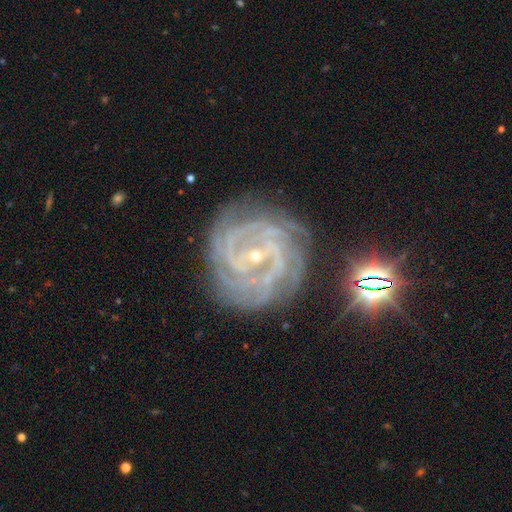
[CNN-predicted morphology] smooth-or-featured: featured or disk: 89% | star or artifact: 7% | smooth: 4%
  disk-edge-on: no: 98% | yes: 2%
    bar: weak: 39% | no: 33% | strong: 28%
    has-spiral-arms: yes: 98% | no: 2%
      spiral-winding: tight: 76% | medium: 21% | loose: 3%
      spiral-arm-count: 4: 25% | 3: 21% | can't tell: 18% | 2: 16% | more than 4: 13% | 1: 8%
    bulge-size: small: 83% | moderate: 14% | none: 2% | large: 1% | dominant: 1%
  merging: none: 78% | minor disturbance: 15% | major disturbance: 6% | merger: 2%